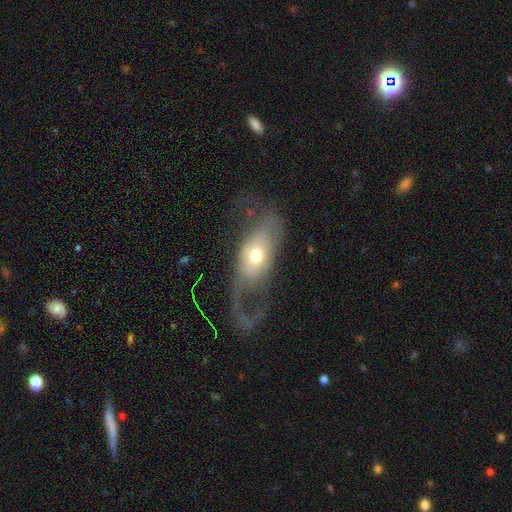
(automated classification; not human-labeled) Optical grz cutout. It shows a featured or disk galaxy (55%). Merging: major disturbance (49%).